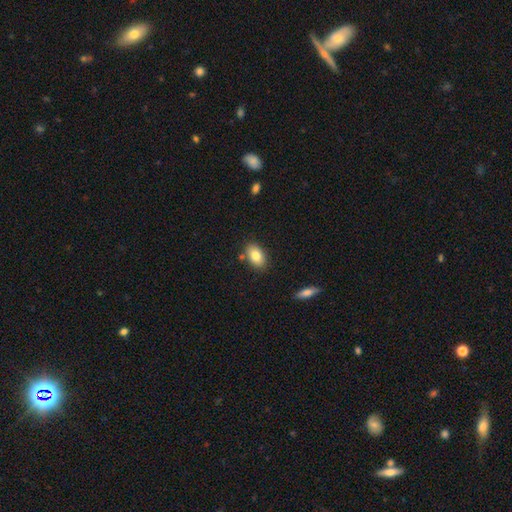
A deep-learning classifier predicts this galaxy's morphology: A smooth galaxy with no disk features (82%) that is in between round and cigar-shaped (89%). Merging: none (83%).